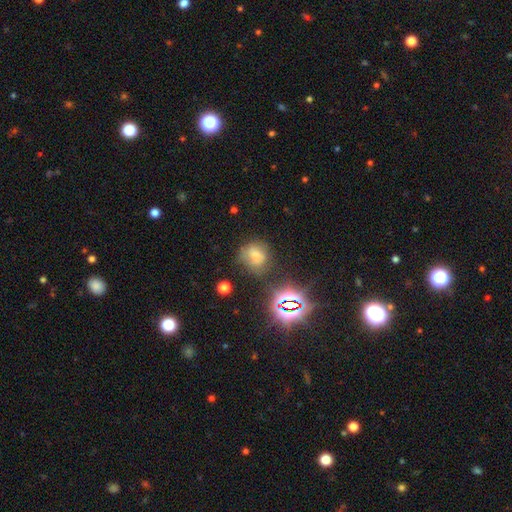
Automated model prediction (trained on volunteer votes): A smooth galaxy with no disk features (43%). Merging: none (69%).